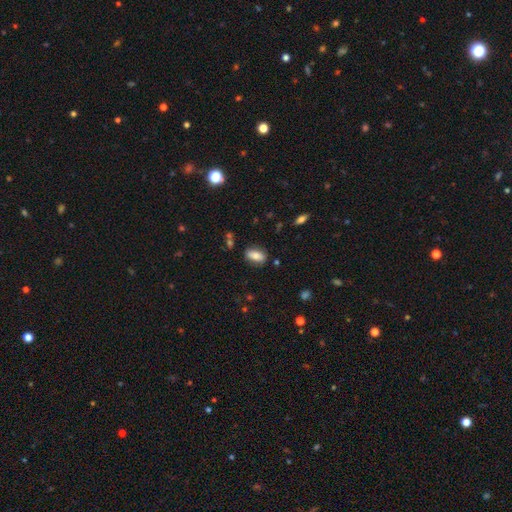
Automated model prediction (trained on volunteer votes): Smooth or featured? smooth (76%)
How rounded? in between (85%)
Merging? none (81%)